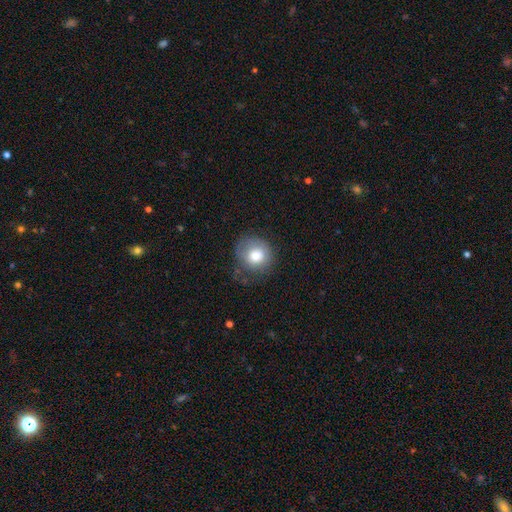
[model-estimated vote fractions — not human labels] This is likely a smooth galaxy (77%). How rounded: clearly round (82%). Merging: likely none (62%).